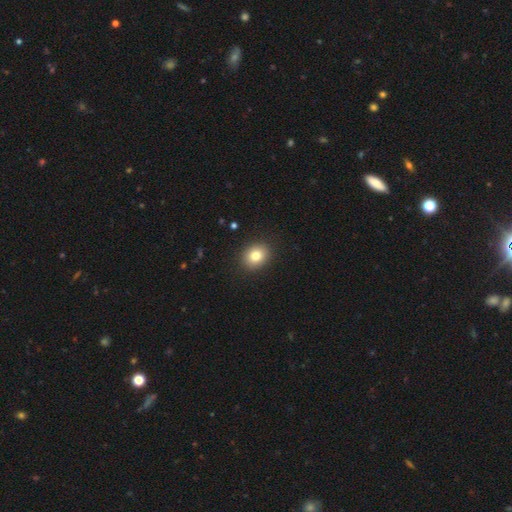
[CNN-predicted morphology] A smooth galaxy with no disk features (80%) that is round (57%). Merging: none (90%).